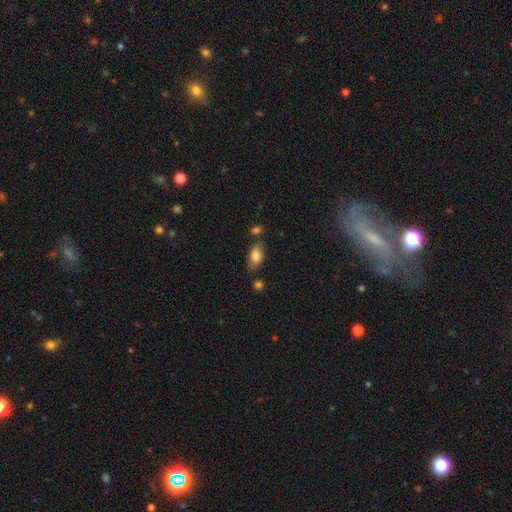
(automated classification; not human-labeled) The model was most divided on "merging": none: 70%, minor disturbance: 17%, merger: 8%, major disturbance: 4%. More confident: how rounded — in between (89%); smooth or featured — smooth (79%).